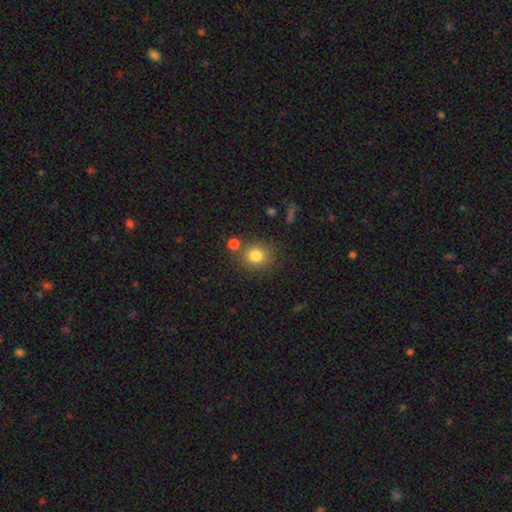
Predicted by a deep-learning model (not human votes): This appears to be a smooth galaxy with no disk features (82%) that is round (79%). Merging: none (75%).